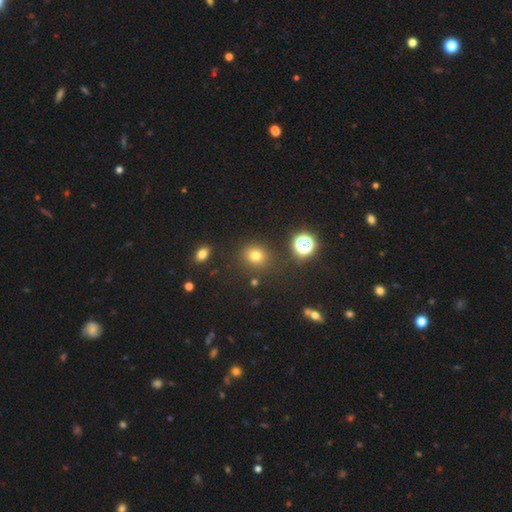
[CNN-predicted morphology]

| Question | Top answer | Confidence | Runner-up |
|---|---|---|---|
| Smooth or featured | smooth | 74% | star or artifact (19%) |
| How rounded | round | 77% | in between (22%) |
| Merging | none | 85% | minor disturbance (9%) |